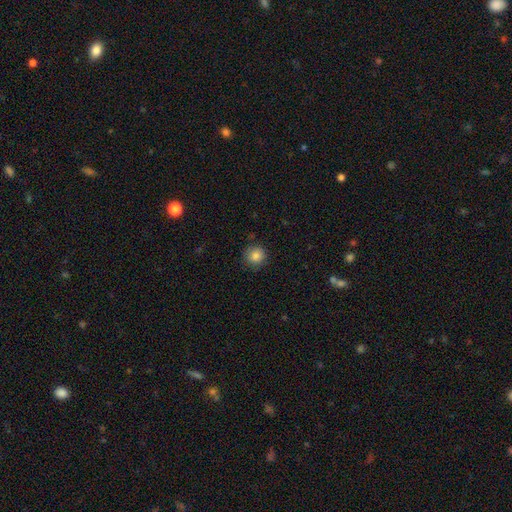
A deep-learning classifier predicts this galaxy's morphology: This is clearly a smooth galaxy (85%). How rounded: clearly round (92%). Merging: clearly none (87%).